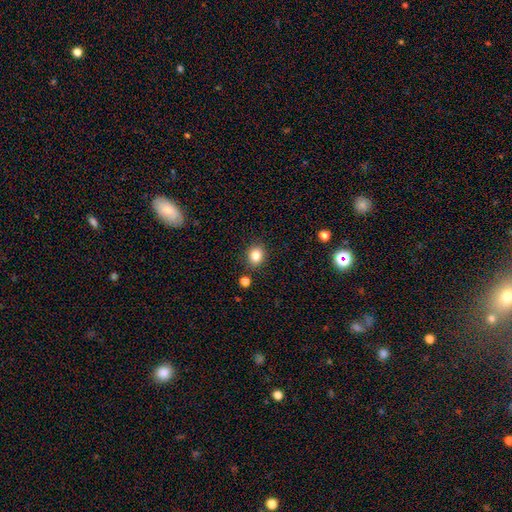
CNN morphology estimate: A smooth galaxy with no disk features (83%) that is round (65%). Merging: none (86%).